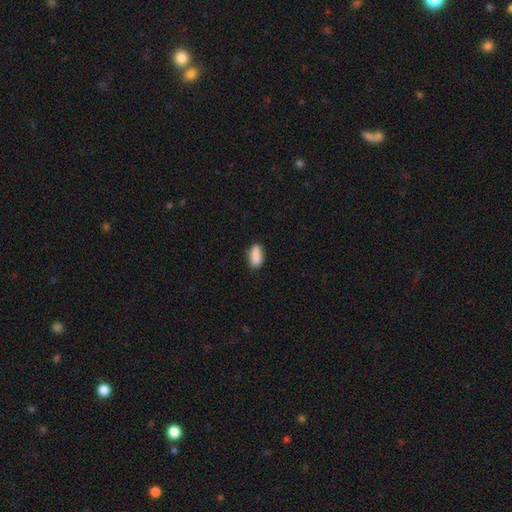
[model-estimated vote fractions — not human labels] smooth_or_featured: smooth (p=0.89) [alt: star or artifact p=0.07]
how_rounded: in between (p=0.86) [alt: cigar-shaped p=0.11]
merging: none (p=0.82) [alt: minor disturbance p=0.14]